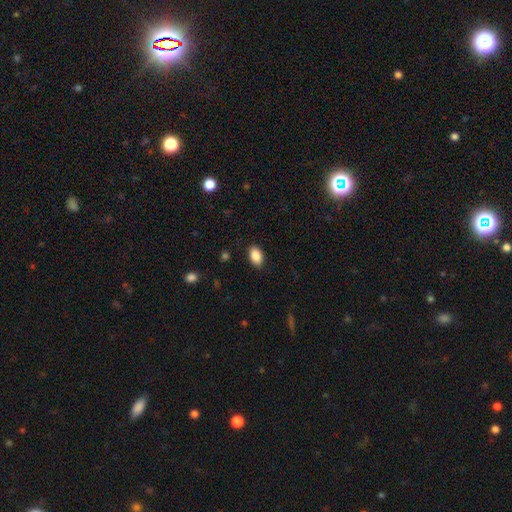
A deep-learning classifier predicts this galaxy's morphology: The model was most divided on "merging": none: 88%, minor disturbance: 9%, major disturbance: 2%, merger: 1%. More confident: how rounded — in between (91%); smooth or featured — smooth (88%).